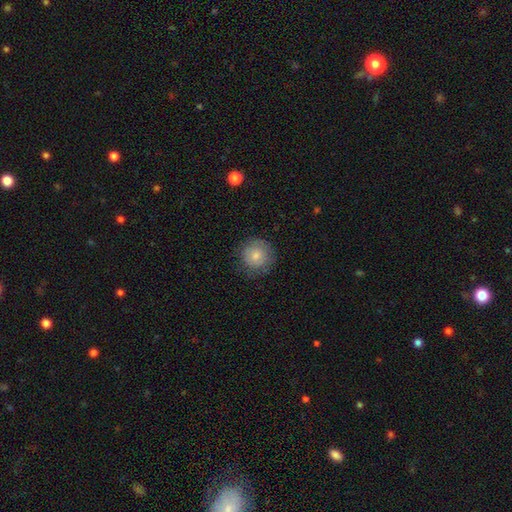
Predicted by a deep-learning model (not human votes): A smooth galaxy with no disk features (77%) that is round (94%).

Vote fractions:
- Smooth or featured? smooth: 77% / featured or disk: 15% / star or artifact: 8%
- How rounded? round: 94% / in between: 5% / cigar-shaped: 1%
- Merging? none: 79% / minor disturbance: 15% / major disturbance: 5% / merger: 1%